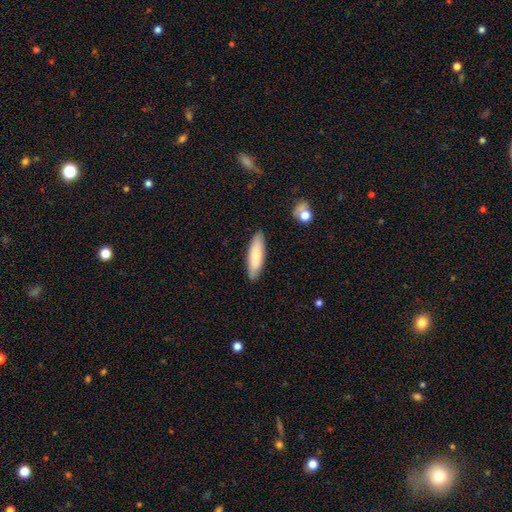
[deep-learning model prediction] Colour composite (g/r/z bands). It shows a smooth galaxy with no disk features (73%) that is cigar-shaped (59%). Merging: none (86%).